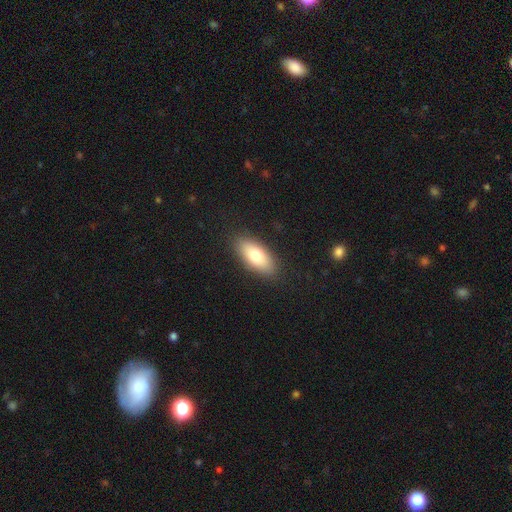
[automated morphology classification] This is likely a smooth galaxy (77%). How rounded: clearly in between (85%). Merging: clearly none (88%).